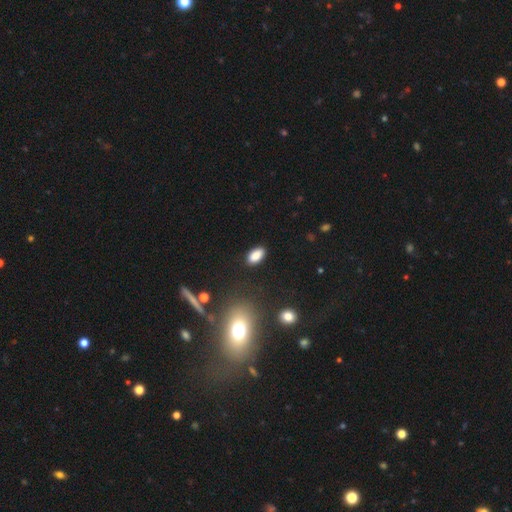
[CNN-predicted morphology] The model was most divided on "smooth or featured": smooth: 86%, star or artifact: 9%, featured or disk: 5%. More confident: how rounded — in between (92%); merging — none (86%).